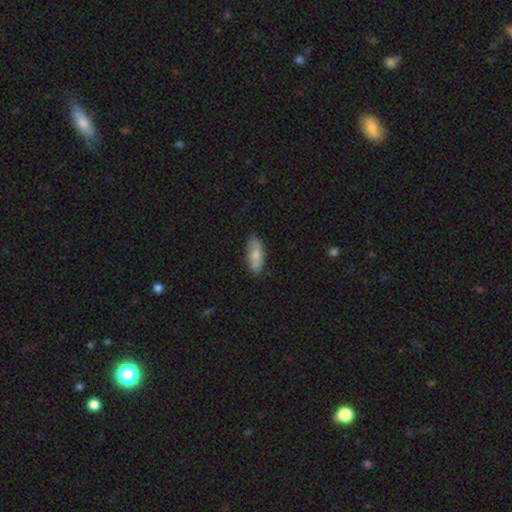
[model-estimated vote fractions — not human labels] smooth_or_featured: smooth (p=0.76) [alt: featured or disk p=0.18]
how_rounded: in between (p=0.80) [alt: cigar-shaped p=0.17]
merging: none (p=0.80) [alt: minor disturbance p=0.16]